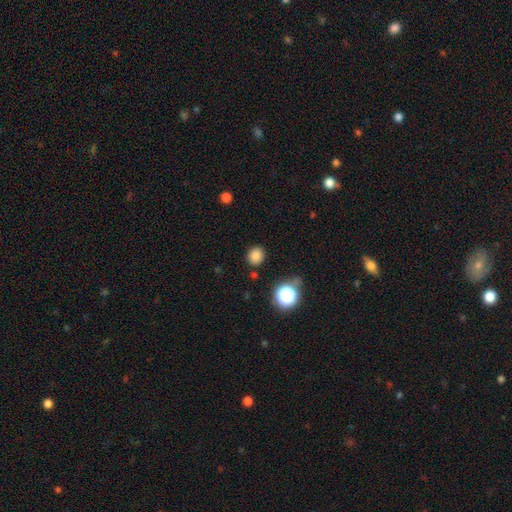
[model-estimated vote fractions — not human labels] Smooth or featured? smooth (82%)
How rounded? round (76%)
Merging? none (85%)